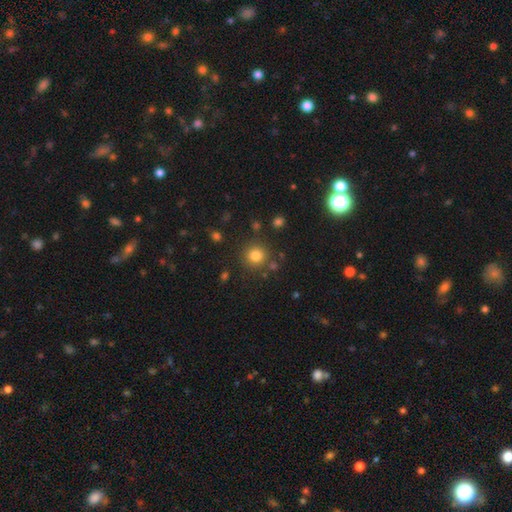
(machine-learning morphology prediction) This is clearly a smooth galaxy (80%). How rounded: clearly round (93%). Merging: clearly none (85%).